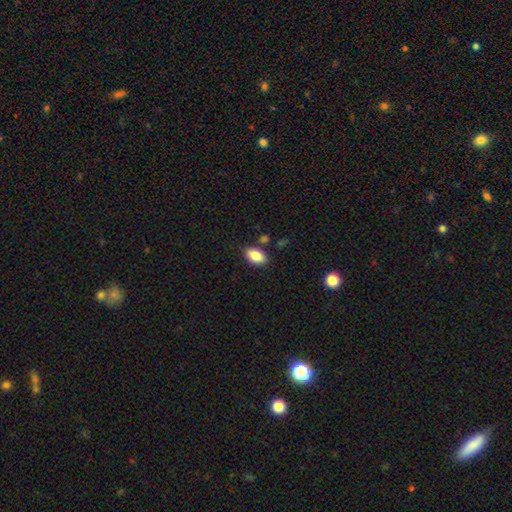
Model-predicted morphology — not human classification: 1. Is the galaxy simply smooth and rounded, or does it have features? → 85% smooth, 8% star or artifact, 8% featured or disk.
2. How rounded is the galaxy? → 91% in between, 6% round, 3% cigar-shaped.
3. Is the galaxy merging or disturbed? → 82% none, 11% minor disturbance, 5% merger, 3% major disturbance.